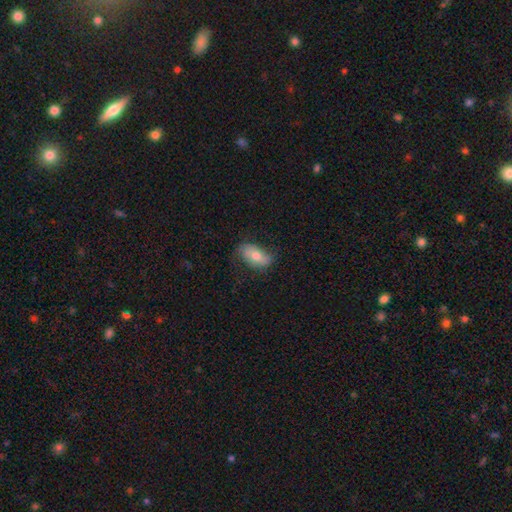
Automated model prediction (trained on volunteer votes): Overall: smooth (59%; featured or disk 33%). How rounded: in between (90%). Merging: none (69%).